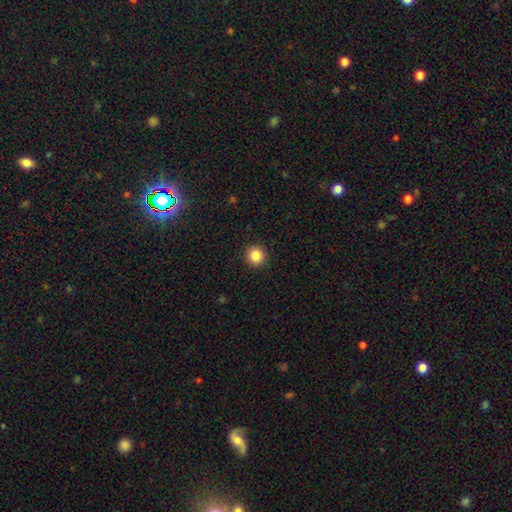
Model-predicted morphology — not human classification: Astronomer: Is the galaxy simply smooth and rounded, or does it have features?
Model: smooth — 86%.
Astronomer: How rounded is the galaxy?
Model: round — 94%.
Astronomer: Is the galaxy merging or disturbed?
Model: none — 93%.